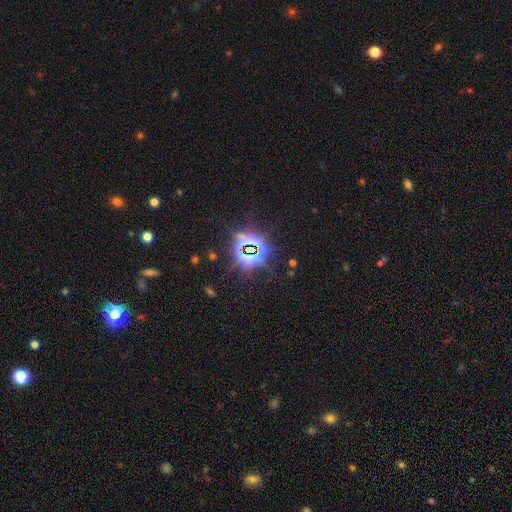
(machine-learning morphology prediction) This appears to be a star or artifact, not a galaxy (83%).